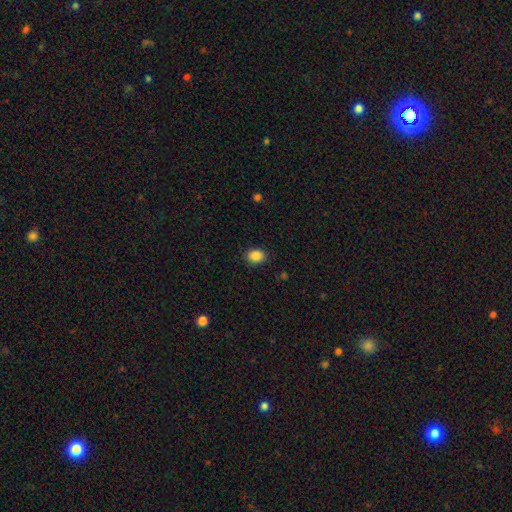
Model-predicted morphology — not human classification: Smooth or featured?
  - smooth: 88% *
  - star or artifact: 9%
  - featured or disk: 3%
How rounded?
  - in between: 59% *
  - round: 41%
  - cigar-shaped: 1%
Merging?
  - none: 88% *
  - minor disturbance: 8%
  - major disturbance: 2%
  - merger: 1%